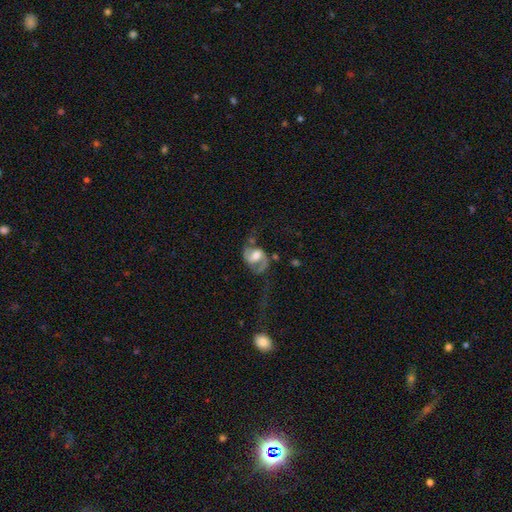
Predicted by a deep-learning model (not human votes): Morphology: type=featured or disk (83%); edge-on=no (98%); bar=weak (44%); spiral arms=yes (94%); winding=medium (44%); arm count=2 (88%); bulge=moderate (61%); merging=none (50%).